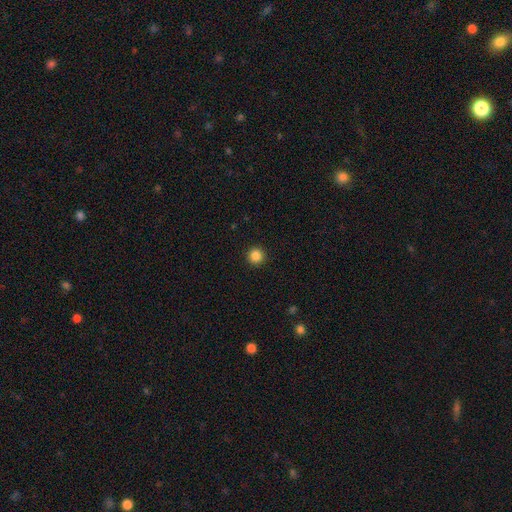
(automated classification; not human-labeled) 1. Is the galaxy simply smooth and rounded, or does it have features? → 86% smooth, 11% star or artifact, 3% featured or disk.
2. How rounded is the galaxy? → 96% round, 3% in between, 1% cigar-shaped.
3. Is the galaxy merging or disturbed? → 93% none, 4% minor disturbance, 2% major disturbance, 1% merger.